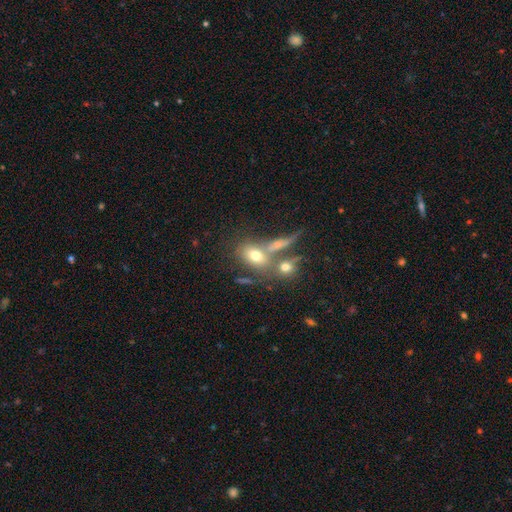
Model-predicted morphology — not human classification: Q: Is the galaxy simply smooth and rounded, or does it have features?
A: smooth — 66%.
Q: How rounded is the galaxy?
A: in between — 75%.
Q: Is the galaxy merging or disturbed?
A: none — 42%.